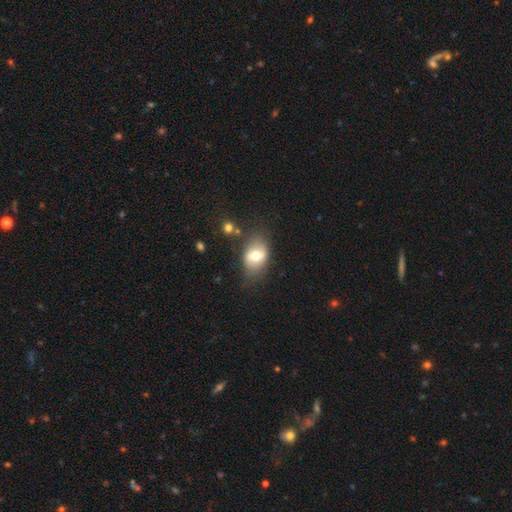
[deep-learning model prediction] Morphology: type=smooth (61%); roundness=in between (78%); merging=none (66%).